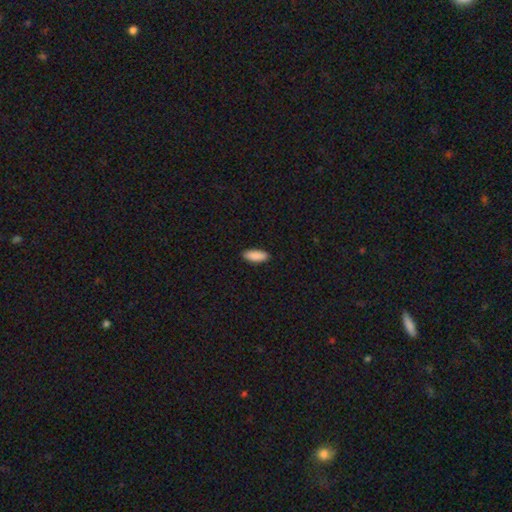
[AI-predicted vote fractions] A smooth galaxy with no disk features (90%) that is in between round and cigar-shaped (78%). Merging: none (90%).